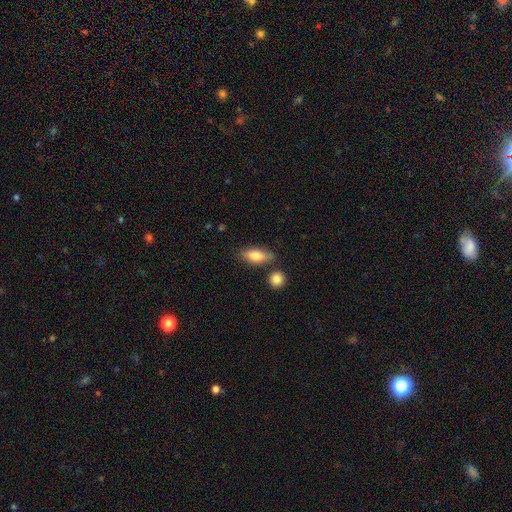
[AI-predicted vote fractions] Smooth or featured?
  - smooth: 77% *
  - featured or disk: 16%
  - star or artifact: 6%
How rounded?
  - in between: 77% *
  - cigar-shaped: 19%
  - round: 4%
Merging?
  - none: 72% *
  - minor disturbance: 16%
  - merger: 8%
  - major disturbance: 4%